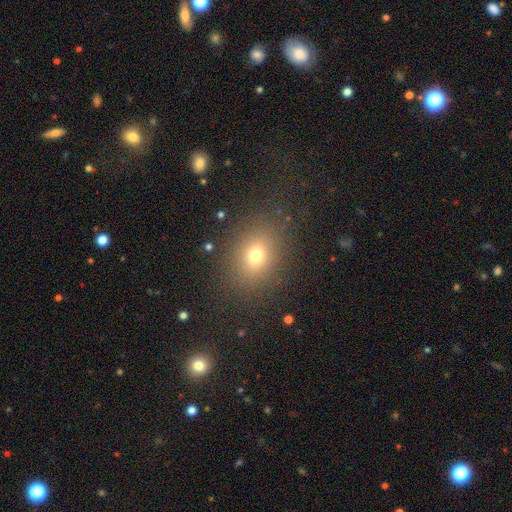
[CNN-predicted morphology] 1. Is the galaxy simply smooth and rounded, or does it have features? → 71% smooth, 17% star or artifact, 11% featured or disk.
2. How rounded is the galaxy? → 50% in between, 49% round, 1% cigar-shaped.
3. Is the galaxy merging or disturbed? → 85% none, 9% minor disturbance, 5% major disturbance, 1% merger.